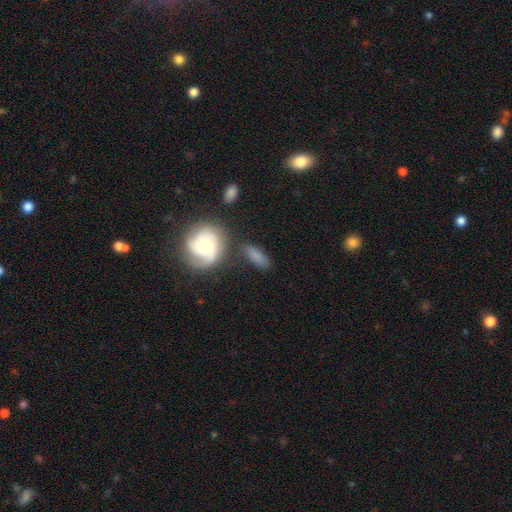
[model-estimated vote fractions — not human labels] Morphology: type=smooth (68%); roundness=in between (63%); merging=none (64%).